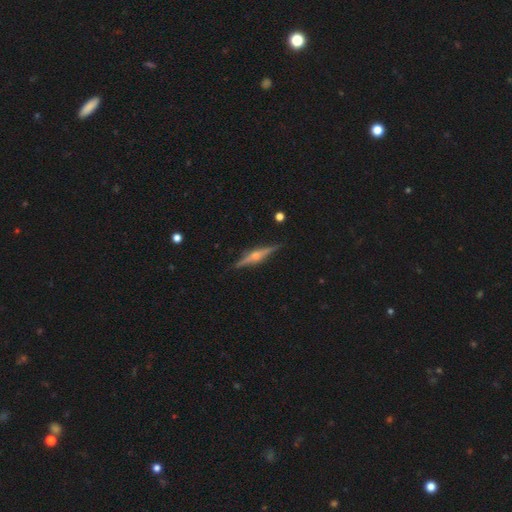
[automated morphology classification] Overall: featured or disk (80%). Edge-on disk: yes (98%). Edge-on bulge: rounded (90%). Merging: none (90%).